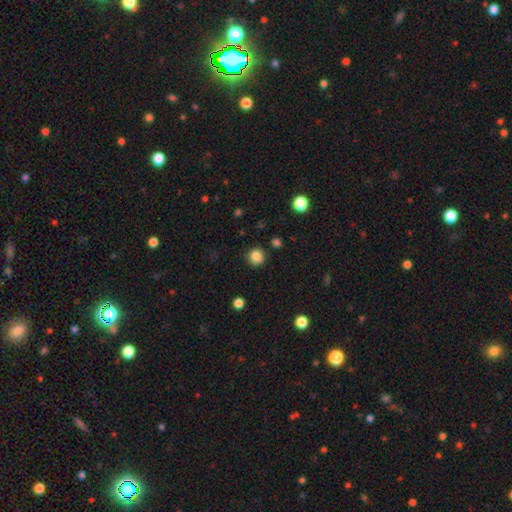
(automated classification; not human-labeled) Smooth or featured: smooth — 85% (star or artifact — 11%)
How rounded: round — 92% (in between — 7%)
Merging: none — 89% (minor disturbance — 7%)